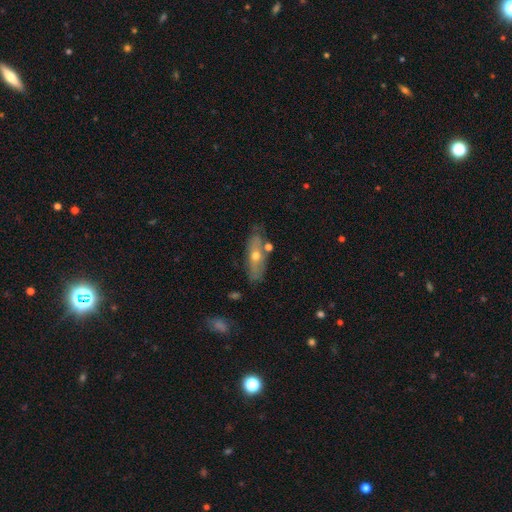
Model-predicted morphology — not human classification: A featured or disk galaxy (47%). Merging: none (74%).